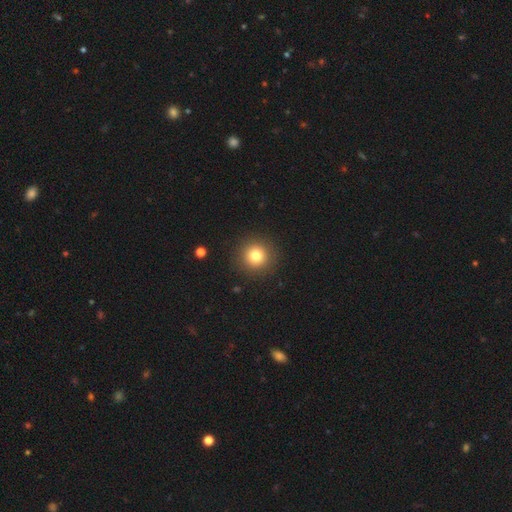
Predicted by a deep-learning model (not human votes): A smooth galaxy with no disk features (78%) that is round (95%).

Vote fractions:
- Smooth or featured? smooth: 78% / star or artifact: 13% / featured or disk: 9%
- How rounded? round: 95% / in between: 4% / cigar-shaped: 1%
- Merging? none: 91% / minor disturbance: 5% / major disturbance: 2% / merger: 1%